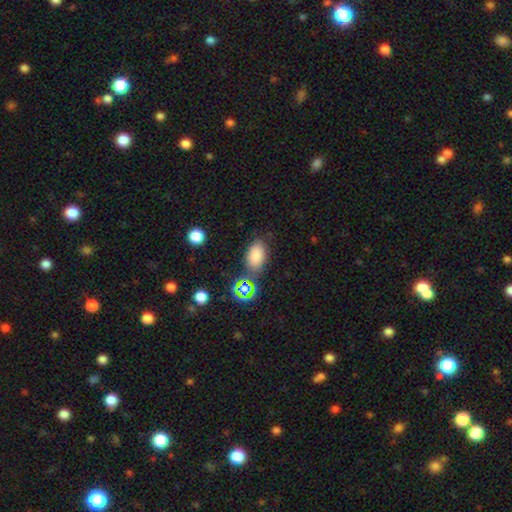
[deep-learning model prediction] Overall: smooth (79%). How rounded: in between (89%). Merging: none (74%).